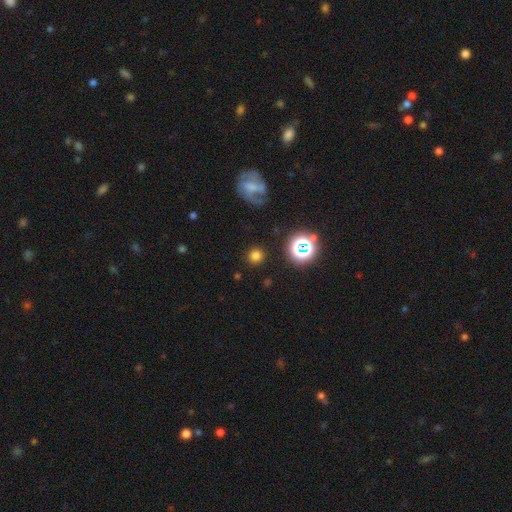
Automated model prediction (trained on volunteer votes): Smooth or featured? smooth (73%)
How rounded? round (92%)
Merging? none (88%)